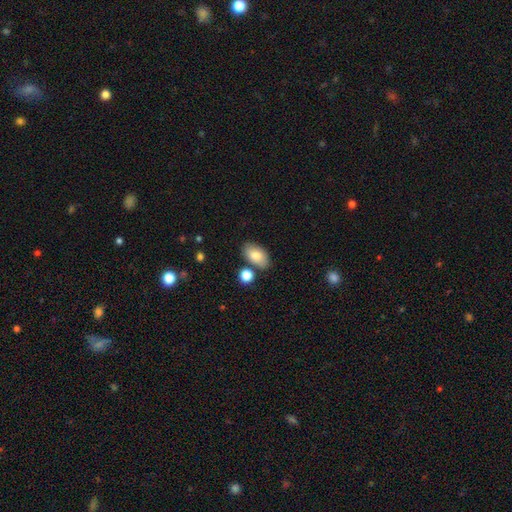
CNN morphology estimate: The model was most divided on "merging": none: 75%, minor disturbance: 13%, merger: 9%, major disturbance: 3%. More confident: how rounded — in between (93%); smooth or featured — smooth (82%).